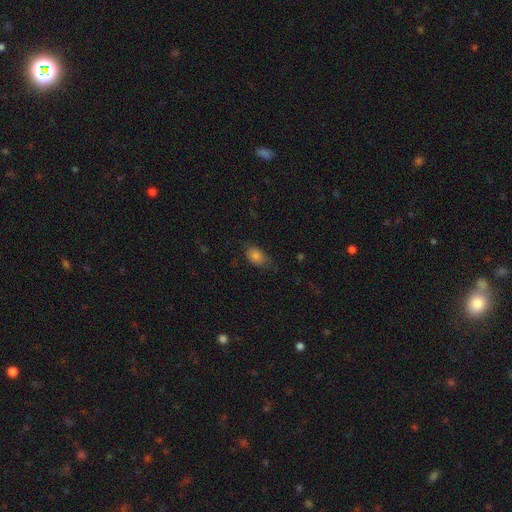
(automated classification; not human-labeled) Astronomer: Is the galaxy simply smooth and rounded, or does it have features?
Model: smooth — 81%.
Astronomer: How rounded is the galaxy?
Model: in between — 86%.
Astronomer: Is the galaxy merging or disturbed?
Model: none — 66%.